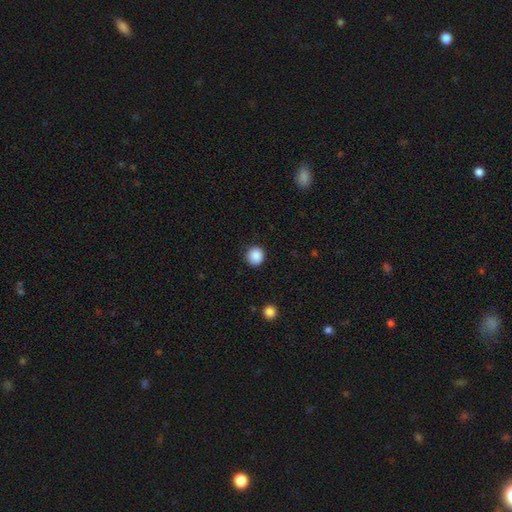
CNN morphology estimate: Q: Smooth or featured?
A: smooth (89%); runner-up: star or artifact (9%)
Q: How rounded?
A: round (91%); runner-up: in between (8%)
Q: Merging?
A: none (89%); runner-up: minor disturbance (7%)